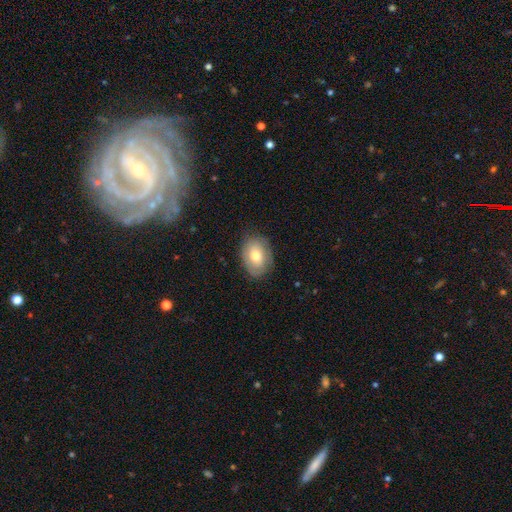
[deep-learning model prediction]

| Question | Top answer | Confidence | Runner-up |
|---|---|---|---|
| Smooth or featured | smooth | 68% | featured or disk (25%) |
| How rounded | in between | 77% | round (21%) |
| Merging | none | 79% | minor disturbance (16%) |